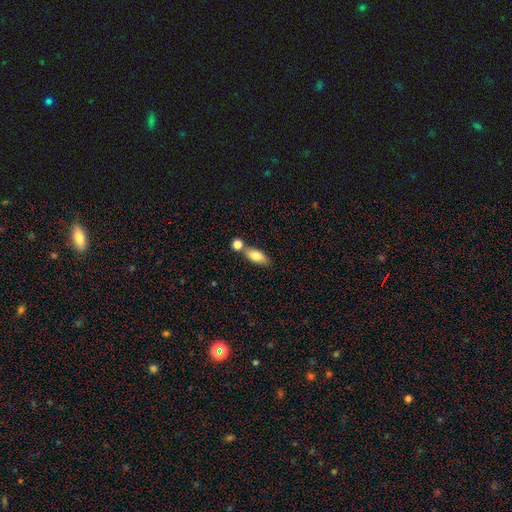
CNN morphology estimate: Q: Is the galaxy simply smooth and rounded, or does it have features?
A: smooth — 80%.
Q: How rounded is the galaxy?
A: in between — 79%.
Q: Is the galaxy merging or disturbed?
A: none — 51%.